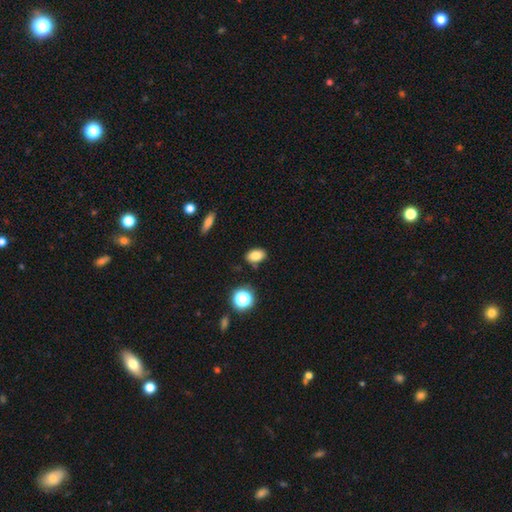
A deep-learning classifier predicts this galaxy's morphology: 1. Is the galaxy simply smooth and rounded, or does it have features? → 81% smooth, 11% star or artifact, 7% featured or disk.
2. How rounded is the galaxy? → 85% in between, 13% round, 2% cigar-shaped.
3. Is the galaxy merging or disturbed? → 84% none, 11% minor disturbance, 3% merger, 2% major disturbance.